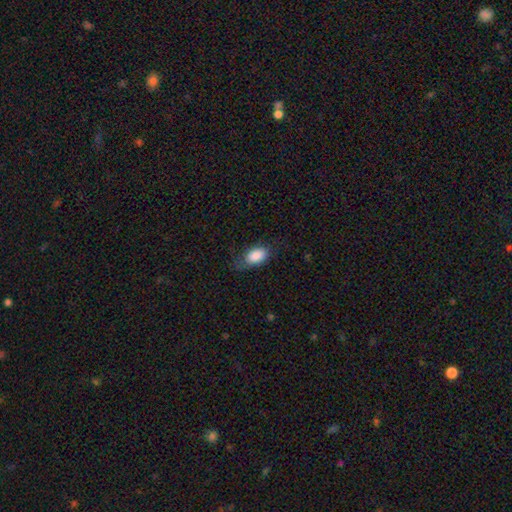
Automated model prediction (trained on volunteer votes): A smooth galaxy with no disk features (86%) that is in between round and cigar-shaped (92%).

Vote fractions:
- Smooth or featured? smooth: 86% / featured or disk: 8% / star or artifact: 7%
- How rounded? in between: 92% / round: 6% / cigar-shaped: 3%
- Merging? none: 59% / minor disturbance: 27% / major disturbance: 12% / merger: 1%